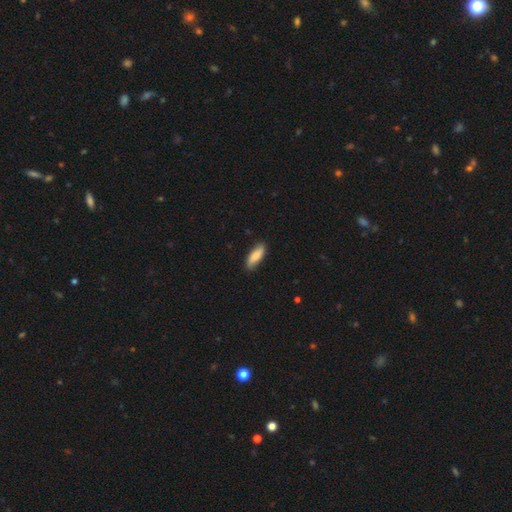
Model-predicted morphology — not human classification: Smooth or featured?
  - smooth: 80% *
  - featured or disk: 14%
  - star or artifact: 6%
How rounded?
  - in between: 65% *
  - cigar-shaped: 33%
  - round: 2%
Merging?
  - none: 83% *
  - minor disturbance: 14%
  - major disturbance: 2%
  - merger: 1%